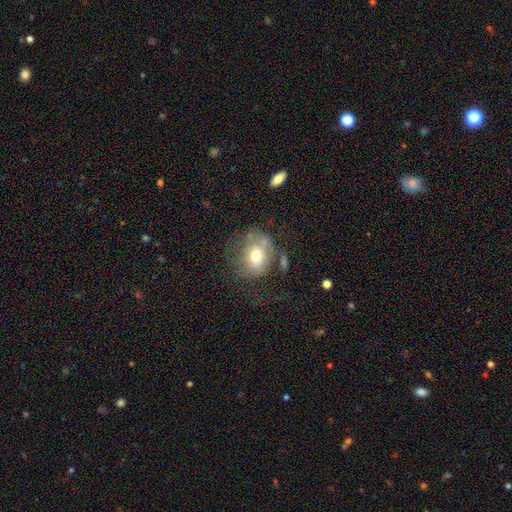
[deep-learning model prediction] smooth-or-featured: smooth: 62% | featured or disk: 28% | star or artifact: 10%
  how-rounded: round: 60% | in between: 39% | cigar-shaped: 1%
  merging: none: 42% | major disturbance: 25% | minor disturbance: 25% | merger: 8%